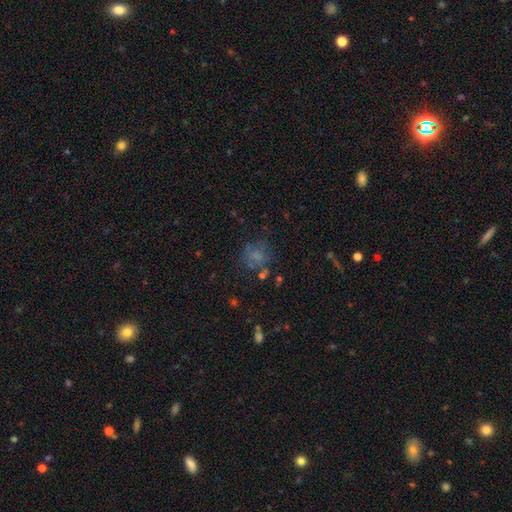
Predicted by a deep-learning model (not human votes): A smooth galaxy with no disk features (56%) that is round (66%). Merging: none (54%).